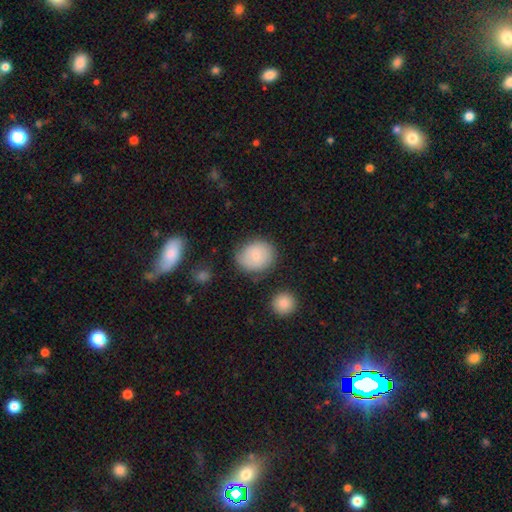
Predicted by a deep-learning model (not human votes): Smooth or featured? smooth (76%)
How rounded? round (70%)
Merging? none (74%)